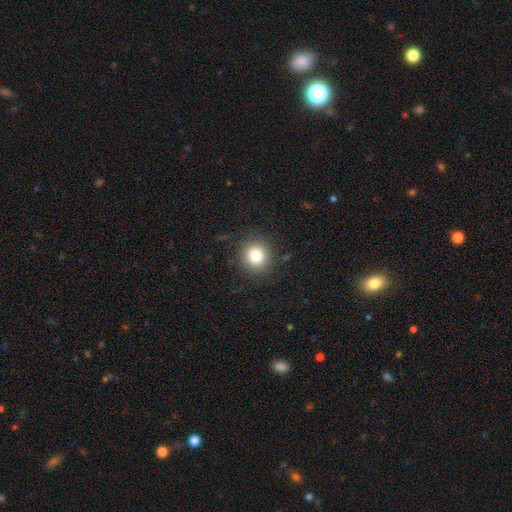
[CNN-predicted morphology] Smooth or featured?
  - smooth: 83% *
  - star or artifact: 11%
  - featured or disk: 6%
How rounded?
  - round: 88% *
  - in between: 11%
  - cigar-shaped: 1%
Merging?
  - none: 86% *
  - minor disturbance: 9%
  - major disturbance: 4%
  - merger: 1%